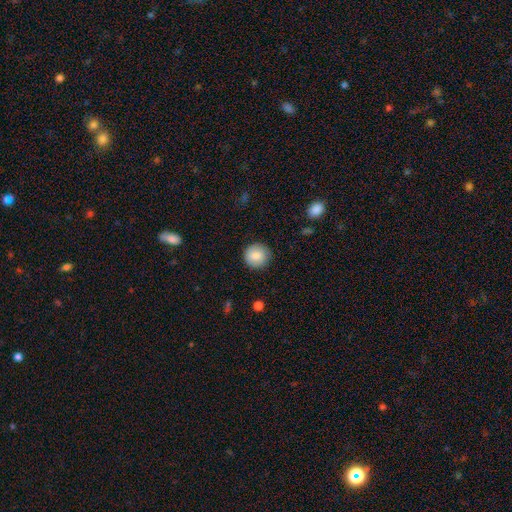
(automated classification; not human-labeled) Smooth or featured? smooth (85%)
How rounded? round (92%)
Merging? none (88%)